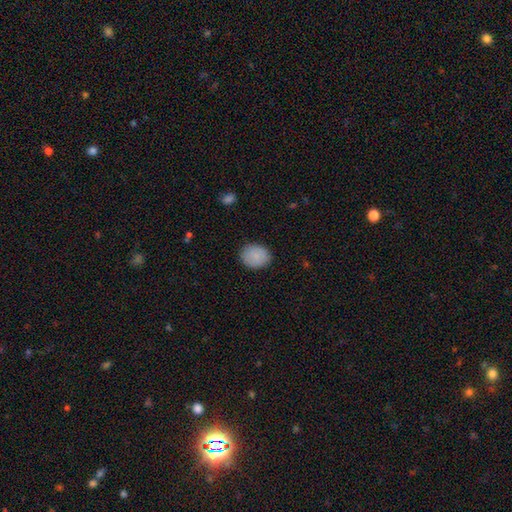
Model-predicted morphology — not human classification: Smooth or featured? smooth (86%)
How rounded? round (62%)
Merging? none (87%)